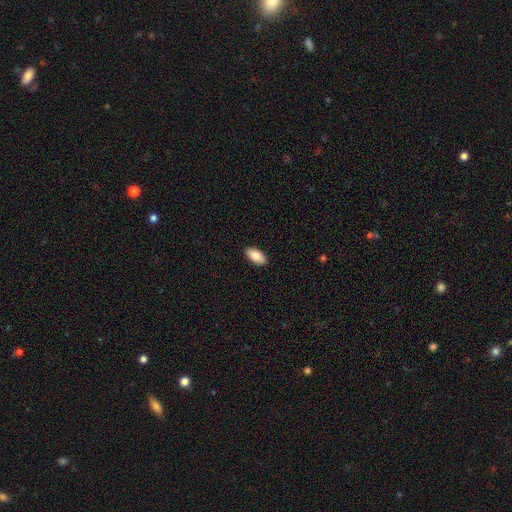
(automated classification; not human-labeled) Overall: smooth (86%). How rounded: in between (92%). Merging: none (90%).